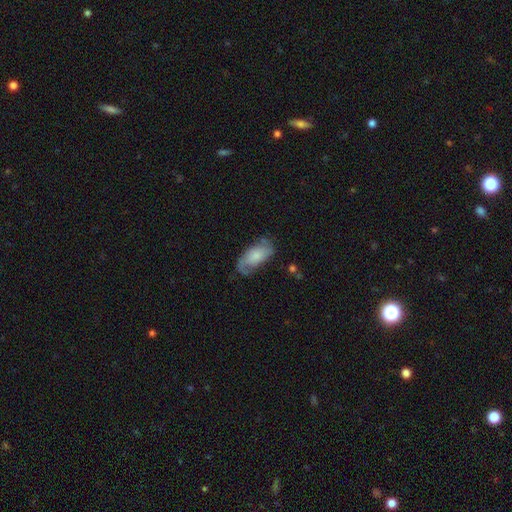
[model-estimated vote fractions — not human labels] Smooth or featured?
  - smooth: 48% *
  - featured or disk: 45%
  - star or artifact: 7%
Merging?
  - none: 54% *
  - minor disturbance: 28%
  - major disturbance: 15%
  - merger: 3%